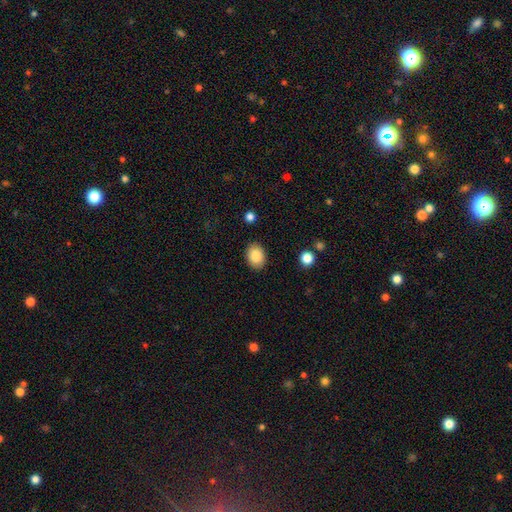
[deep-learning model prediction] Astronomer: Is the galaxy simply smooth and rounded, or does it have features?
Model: smooth — 86%.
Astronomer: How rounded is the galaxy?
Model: in between — 66%.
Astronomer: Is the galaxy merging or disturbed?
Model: none — 88%.